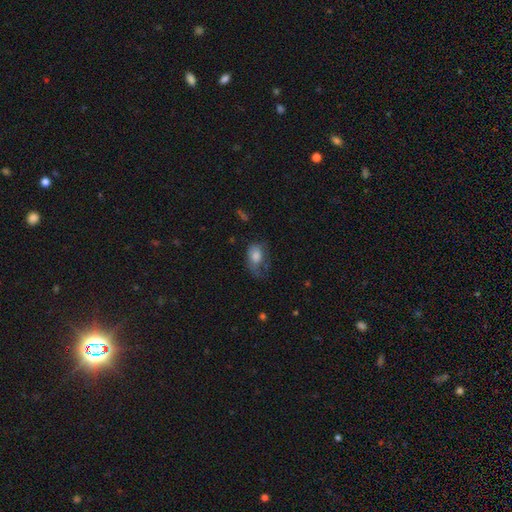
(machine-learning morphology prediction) type=smooth (68%); roundness=in between (80%); merging=major disturbance (38%).